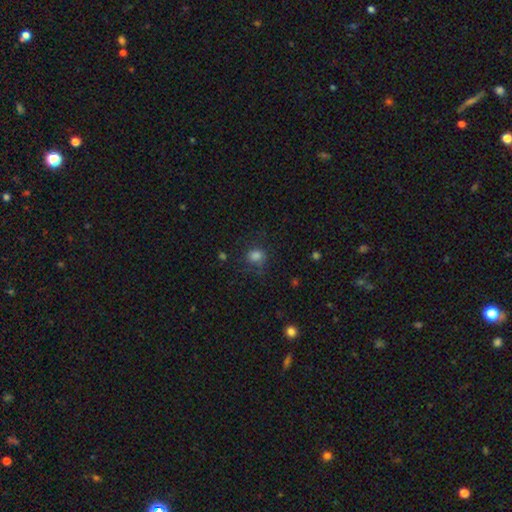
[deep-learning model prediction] A smooth galaxy with no disk features (77%) that is round (70%).

Vote fractions:
- Smooth or featured? smooth: 77% / star or artifact: 16% / featured or disk: 7%
- How rounded? round: 70% / in between: 29% / cigar-shaped: 1%
- Merging? none: 66% / minor disturbance: 19% / major disturbance: 12% / merger: 2%